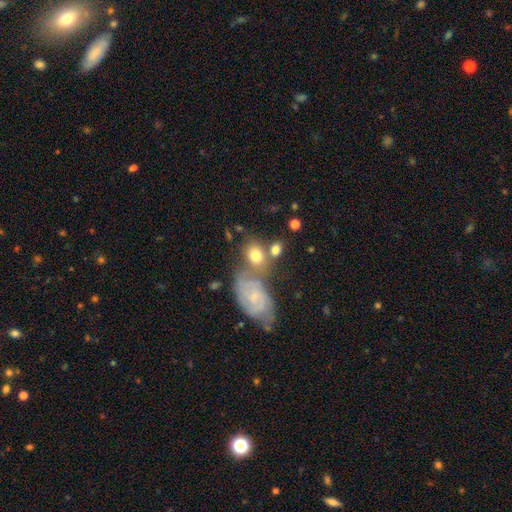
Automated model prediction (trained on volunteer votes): Q: Smooth or featured?
A: smooth (61%); runner-up: featured or disk (30%)
Q: How rounded?
A: in between (52%); runner-up: round (46%)
Q: Merging?
A: none (48%); runner-up: merger (30%)